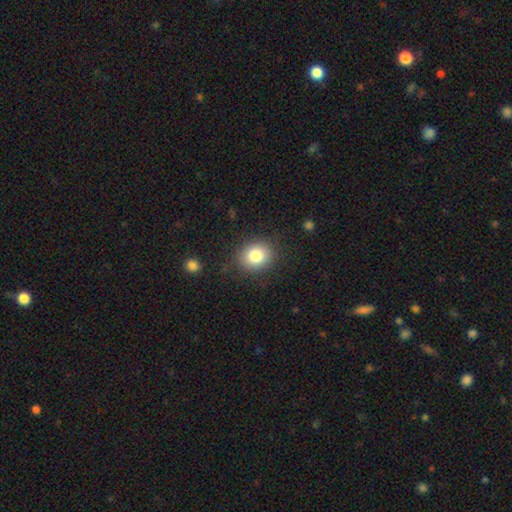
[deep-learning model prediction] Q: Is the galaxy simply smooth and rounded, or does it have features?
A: smooth — 82%.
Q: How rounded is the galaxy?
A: round — 65%.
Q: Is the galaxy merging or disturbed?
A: none — 85%.